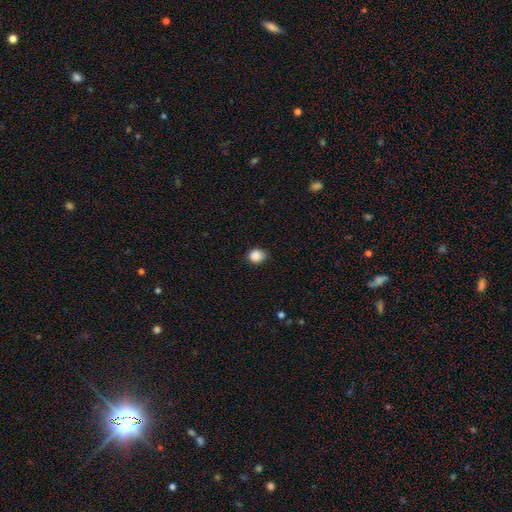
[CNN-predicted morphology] A smooth galaxy with no disk features (88%) that is round (67%). Merging: none (78%).